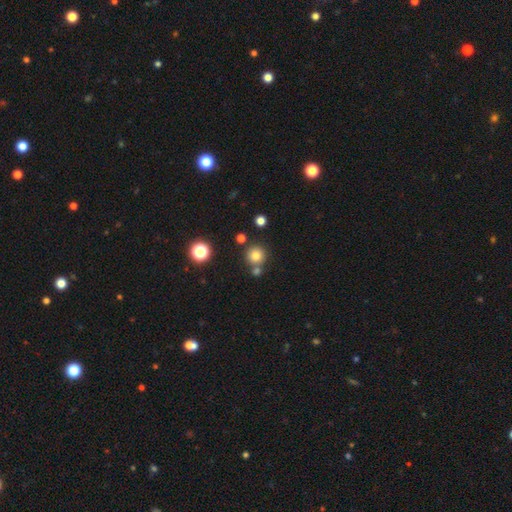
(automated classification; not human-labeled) Smooth or featured: smooth — 80% (star or artifact — 13%)
How rounded: round — 94% (in between — 5%)
Merging: none — 72% (merger — 17%)